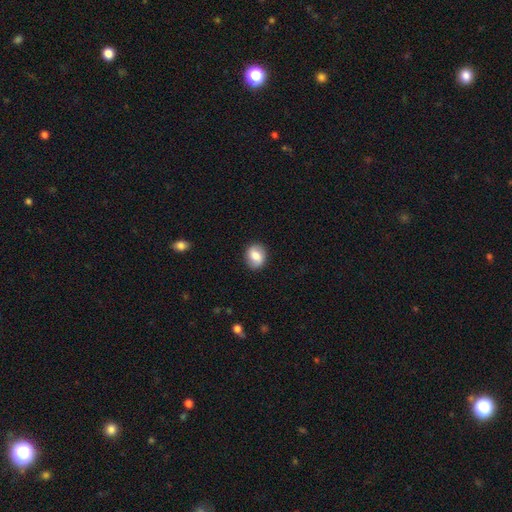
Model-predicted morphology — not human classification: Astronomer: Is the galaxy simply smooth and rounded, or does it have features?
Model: smooth — 68%.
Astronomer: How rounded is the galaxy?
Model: round — 58% (runner-up: in between, 41%).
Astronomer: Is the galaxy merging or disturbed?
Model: none — 86%.